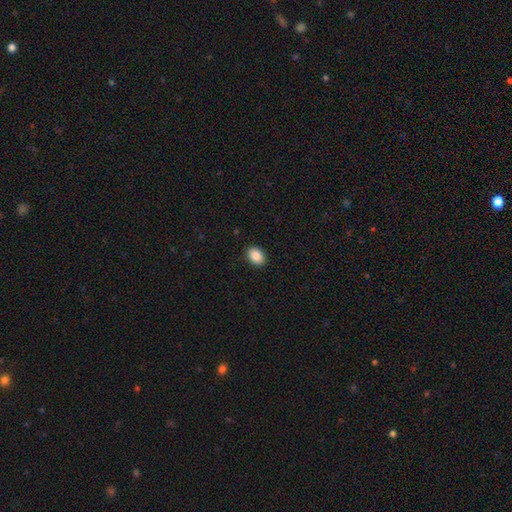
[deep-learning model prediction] This is clearly a smooth galaxy (88%). How rounded: likely in between (77%). Merging: clearly none (90%).